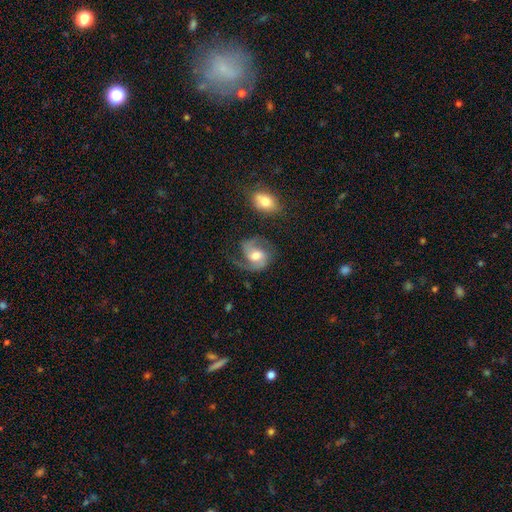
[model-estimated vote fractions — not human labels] smooth_or_featured: featured or disk (p=0.78) [alt: smooth p=0.15]
disk_edge_on: no (p=0.98) [alt: yes p=0.02]
bar: weak (p=0.46) [alt: no p=0.40]
has_spiral_arms: yes (p=0.95) [alt: no p=0.05]
spiral_winding: medium (p=0.54) [alt: loose p=0.26]
spiral_arm_count: 2 (p=0.84) [alt: 1 p=0.08]
bulge_size: moderate (p=0.61) [alt: large p=0.21]
merging: none (p=0.60) [alt: minor disturbance p=0.20]